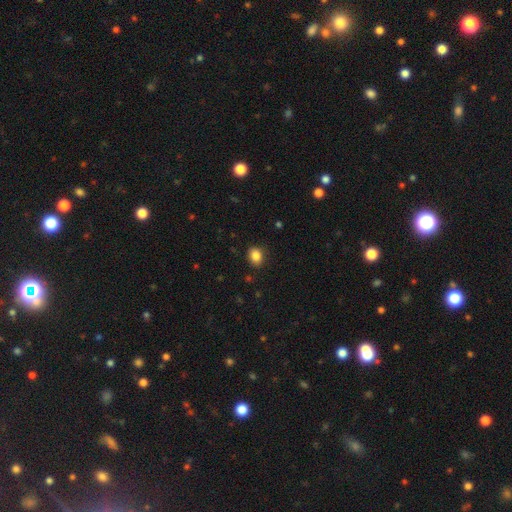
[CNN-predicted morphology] type=smooth (86%); roundness=in between (51%); merging=none (87%).